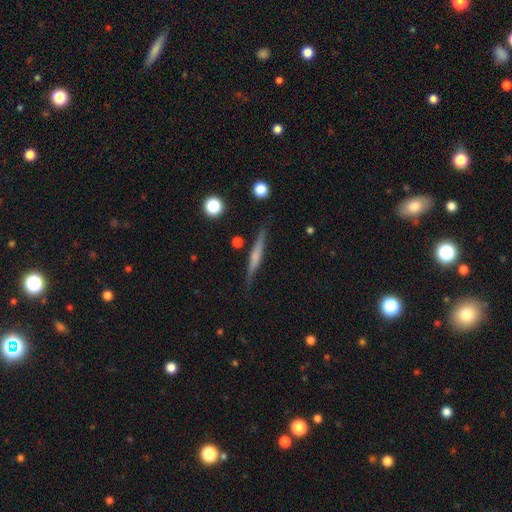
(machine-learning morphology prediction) smooth_or_featured: featured or disk (p=0.54) [alt: smooth p=0.39]
disk_edge_on: yes (p=0.96) [alt: no p=0.04]
edge_on_bulge: none (p=0.42) [alt: rounded p=0.40]
merging: none (p=0.85) [alt: minor disturbance p=0.11]